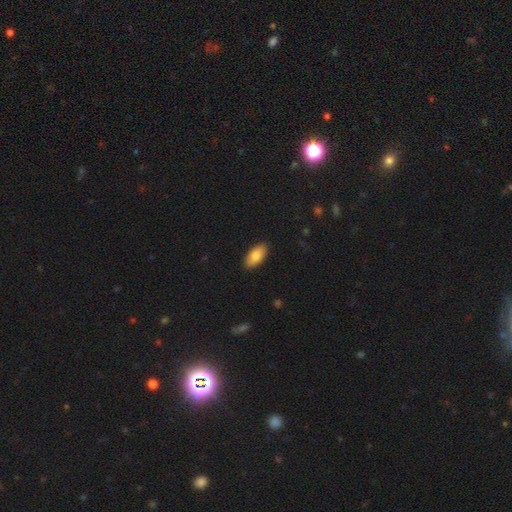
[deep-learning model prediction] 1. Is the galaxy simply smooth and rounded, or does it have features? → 84% smooth, 10% featured or disk, 6% star or artifact.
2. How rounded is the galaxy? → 92% in between, 6% cigar-shaped, 2% round.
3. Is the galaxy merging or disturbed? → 88% none, 9% minor disturbance, 2% major disturbance, 1% merger.